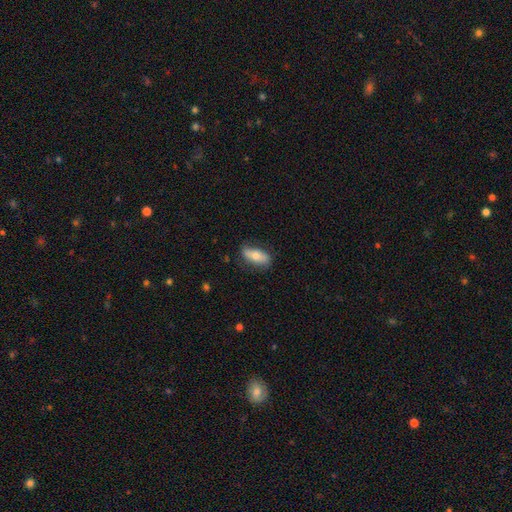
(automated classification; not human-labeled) A smooth galaxy with no disk features (66%) that is in between round and cigar-shaped (80%). Merging: none (75%).